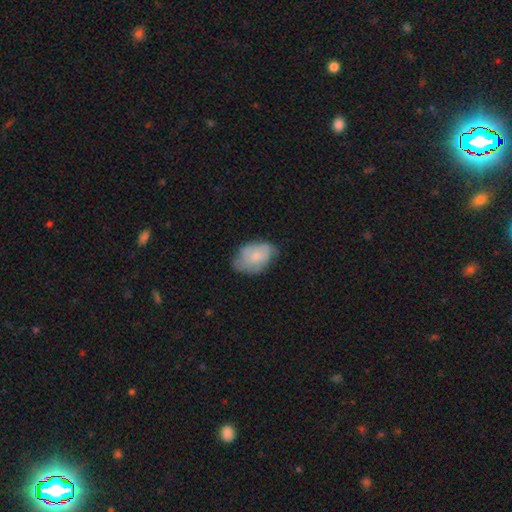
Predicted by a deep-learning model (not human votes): smooth_or_featured: smooth (p=0.69) [alt: featured or disk p=0.24]
how_rounded: in between (p=0.86) [alt: round p=0.13]
merging: none (p=0.54) [alt: minor disturbance p=0.36]